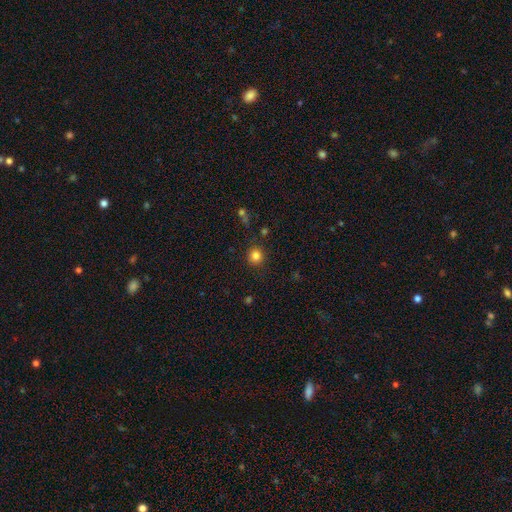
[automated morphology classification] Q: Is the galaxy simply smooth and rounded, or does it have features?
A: smooth — 83%.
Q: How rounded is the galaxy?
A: round — 91%.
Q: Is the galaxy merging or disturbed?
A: none — 88%.